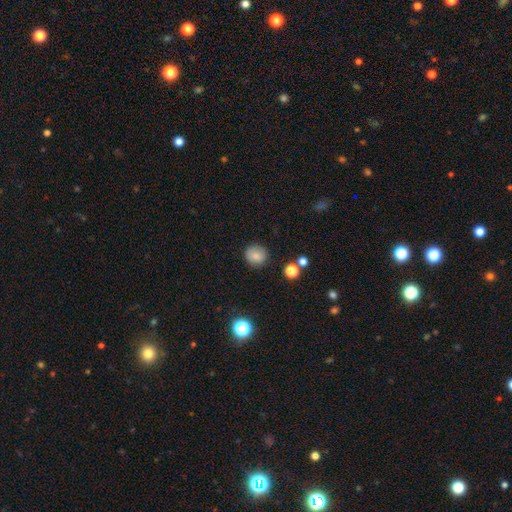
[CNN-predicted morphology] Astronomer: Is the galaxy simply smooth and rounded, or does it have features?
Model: smooth — 84%.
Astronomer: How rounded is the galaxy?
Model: round — 86%.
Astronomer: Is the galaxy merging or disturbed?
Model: none — 86%.